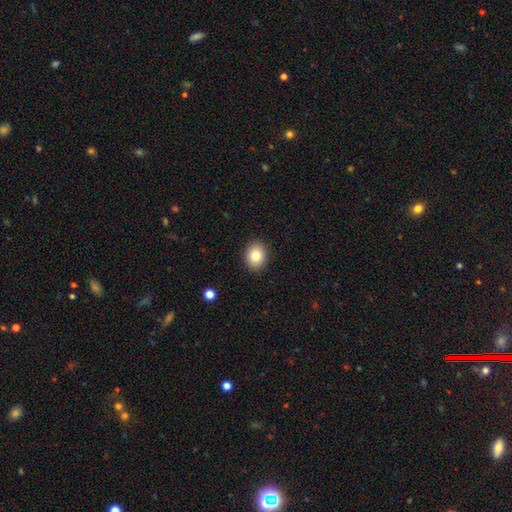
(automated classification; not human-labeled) Morphology: type=smooth (81%); roundness=round (53%); merging=none (90%).